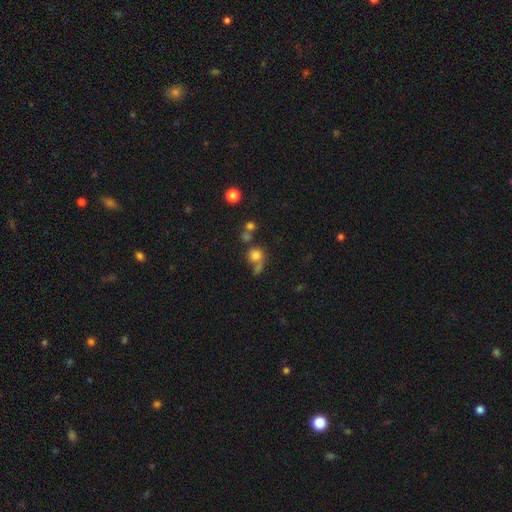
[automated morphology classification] This appears to be a smooth galaxy with no disk features (74%) that is round (84%). Merging: none (45%).